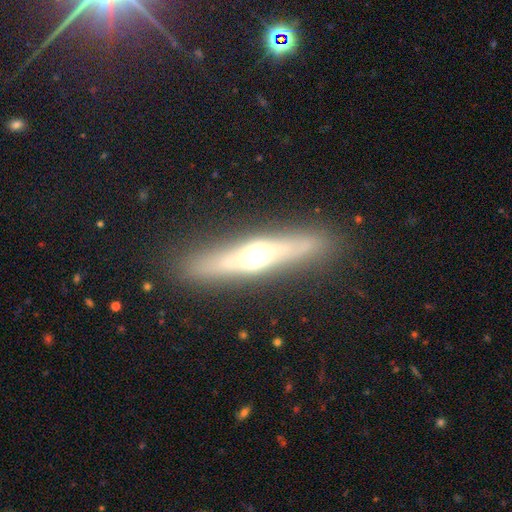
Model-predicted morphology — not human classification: Smooth or featured?
  - featured or disk: 68% *
  - smooth: 25%
  - star or artifact: 7%
Edge-on disk?
  - yes: 89% *
  - no: 11%
Edge-on bulge?
  - rounded: 86% *
  - boxy: 8%
  - none: 6%
Merging?
  - none: 88% *
  - minor disturbance: 9%
  - major disturbance: 2%
  - merger: 1%